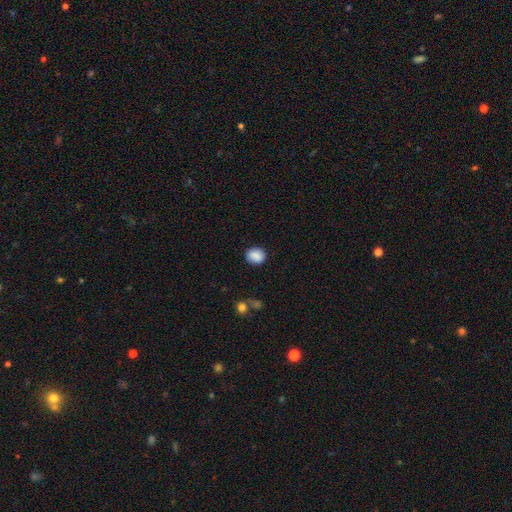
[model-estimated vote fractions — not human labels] This is clearly a smooth galaxy (88%). How rounded: likely round (60%). Merging: clearly none (86%).